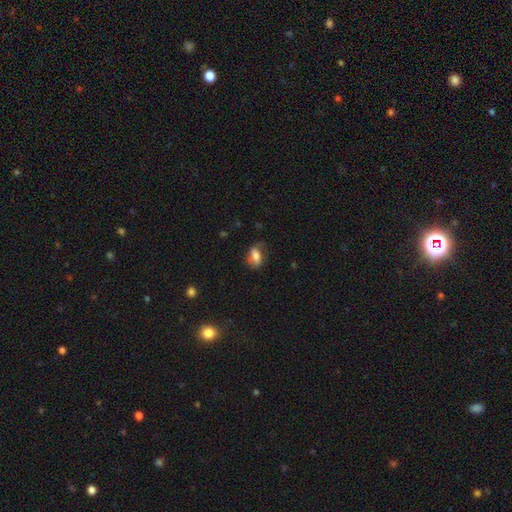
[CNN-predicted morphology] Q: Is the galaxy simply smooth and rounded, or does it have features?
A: smooth — 63%.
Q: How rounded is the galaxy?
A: in between — 84%.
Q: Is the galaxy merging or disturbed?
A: none — 61%.